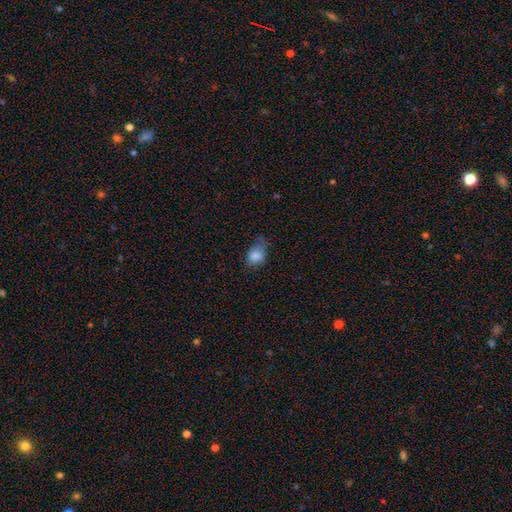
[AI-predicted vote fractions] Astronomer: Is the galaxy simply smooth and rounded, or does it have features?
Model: smooth — 82%.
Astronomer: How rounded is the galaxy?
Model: in between — 68%.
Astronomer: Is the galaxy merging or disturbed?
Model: none — 41% (runner-up: minor disturbance, 39%).